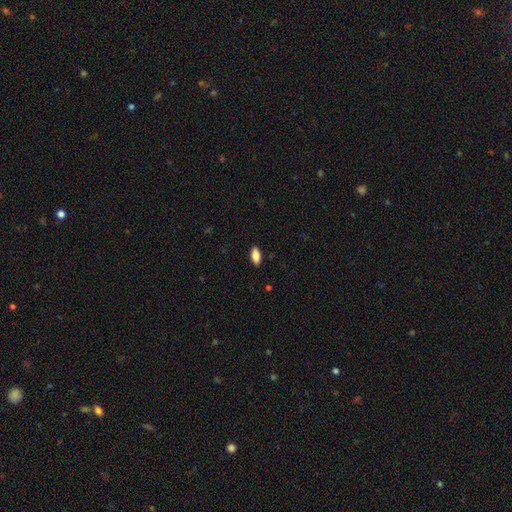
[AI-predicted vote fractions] smooth-or-featured: smooth: 83% | featured or disk: 10% | star or artifact: 7%
  how-rounded: in between: 87% | cigar-shaped: 11% | round: 3%
  merging: none: 89% | minor disturbance: 9% | major disturbance: 2% | merger: 1%